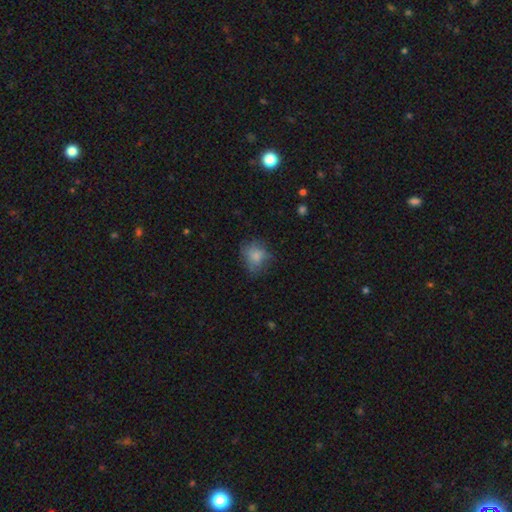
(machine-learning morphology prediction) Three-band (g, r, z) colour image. It shows a smooth galaxy with no disk features (73%) that is round (65%). Merging: none (60%).